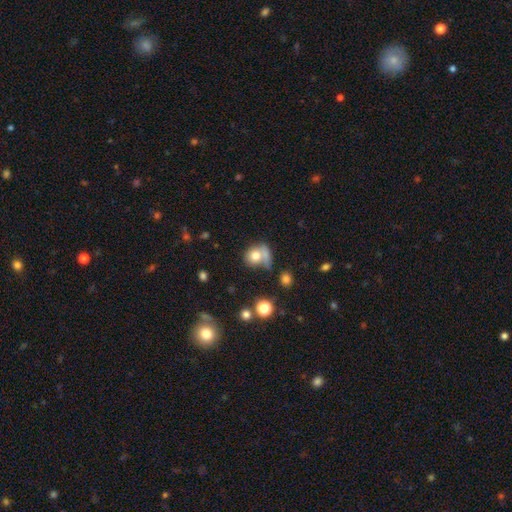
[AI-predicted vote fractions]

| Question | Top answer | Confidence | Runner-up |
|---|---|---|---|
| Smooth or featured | smooth | 74% | featured or disk (15%) |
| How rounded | round | 67% | in between (32%) |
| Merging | none | 36% | merger (32%) |